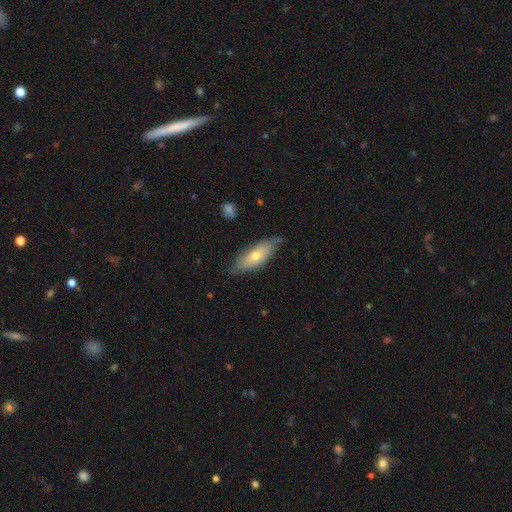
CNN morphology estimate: The model was most divided on "smooth or featured": smooth: 57%, featured or disk: 36%, star or artifact: 7%. More confident: merging — none (73%); how rounded — in between (61%).